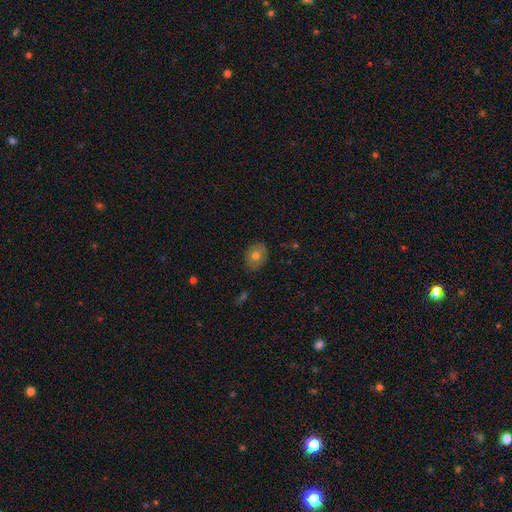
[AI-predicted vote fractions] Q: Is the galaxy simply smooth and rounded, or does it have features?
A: smooth — 69%.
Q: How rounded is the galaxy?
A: in between — 54%.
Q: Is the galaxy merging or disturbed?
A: none — 83%.